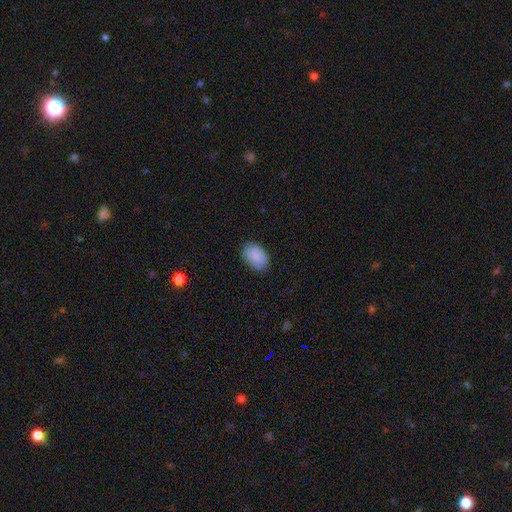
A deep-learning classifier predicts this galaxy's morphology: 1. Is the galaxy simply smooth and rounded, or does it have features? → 89% smooth, 7% star or artifact, 4% featured or disk.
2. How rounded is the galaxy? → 82% in between, 17% round, 1% cigar-shaped.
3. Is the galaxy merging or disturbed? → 81% none, 15% minor disturbance, 3% major disturbance, 1% merger.